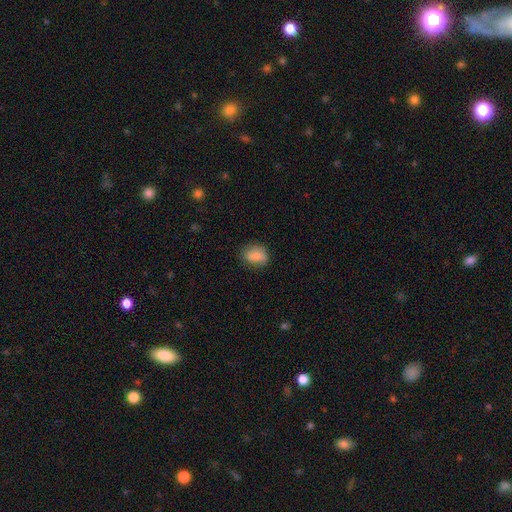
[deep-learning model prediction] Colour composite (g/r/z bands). It shows a smooth galaxy with no disk features (79%) that is in between round and cigar-shaped (62%). Merging: none (70%).